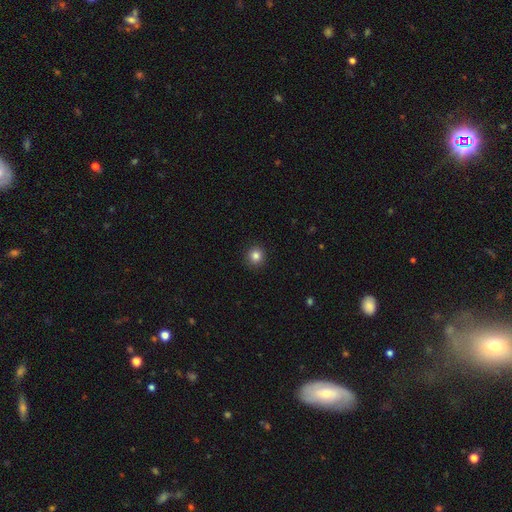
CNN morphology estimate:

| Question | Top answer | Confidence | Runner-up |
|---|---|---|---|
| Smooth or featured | smooth | 84% | star or artifact (11%) |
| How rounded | round | 93% | in between (7%) |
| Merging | none | 92% | minor disturbance (5%) |